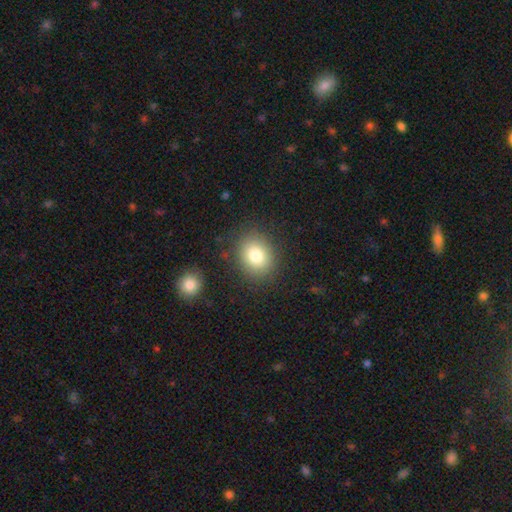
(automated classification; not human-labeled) smooth-or-featured: smooth: 80% | star or artifact: 11% | featured or disk: 9%
  how-rounded: round: 61% | in between: 38% | cigar-shaped: 1%
  merging: none: 85% | minor disturbance: 9% | major disturbance: 4% | merger: 2%